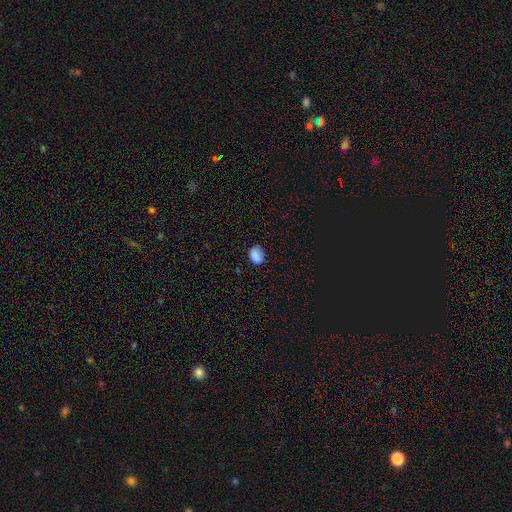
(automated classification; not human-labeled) The model was most divided on "how rounded": in between: 58%, round: 41%, cigar-shaped: 1%. More confident: smooth or featured — smooth (86%); merging — none (77%).